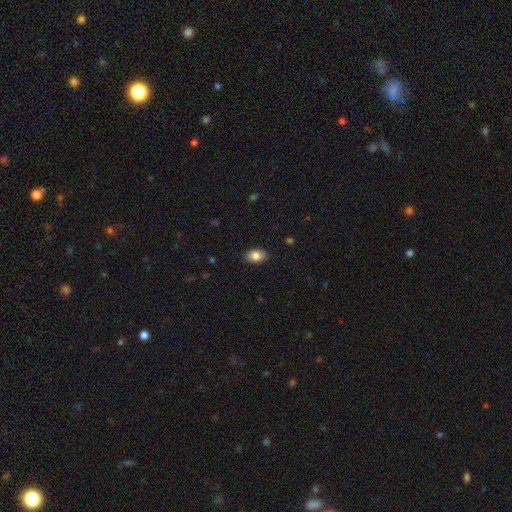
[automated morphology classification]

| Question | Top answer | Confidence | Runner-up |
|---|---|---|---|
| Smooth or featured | smooth | 83% | featured or disk (10%) |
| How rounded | in between | 89% | round (9%) |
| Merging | none | 88% | minor disturbance (9%) |